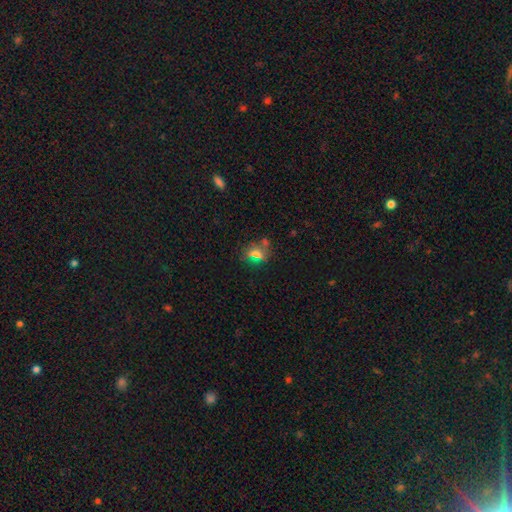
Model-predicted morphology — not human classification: A smooth galaxy with no disk features (54%) that is round (47%, tied with in between). Merging: none (65%).